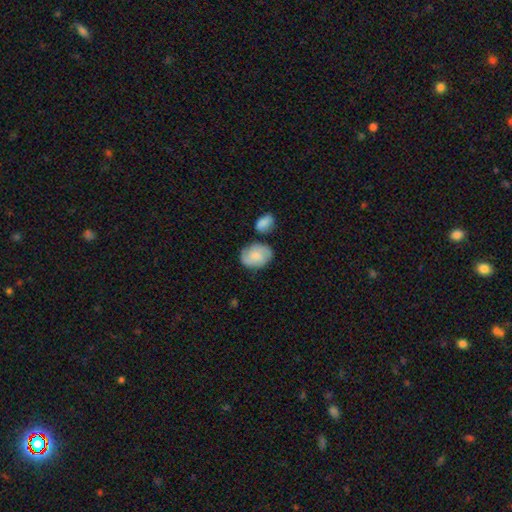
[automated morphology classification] type=smooth (66%); roundness=in between (73%); merging=none (66%).